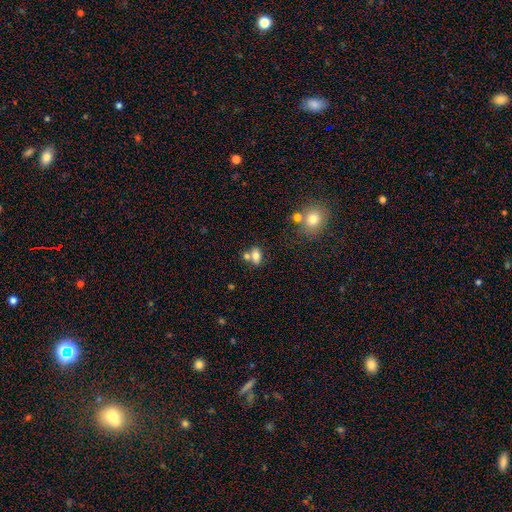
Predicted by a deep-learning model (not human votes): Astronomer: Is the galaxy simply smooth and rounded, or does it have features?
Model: smooth — 75%.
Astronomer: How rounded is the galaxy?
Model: in between — 78%.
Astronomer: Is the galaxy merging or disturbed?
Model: none — 49% (runner-up: merger, 34%).